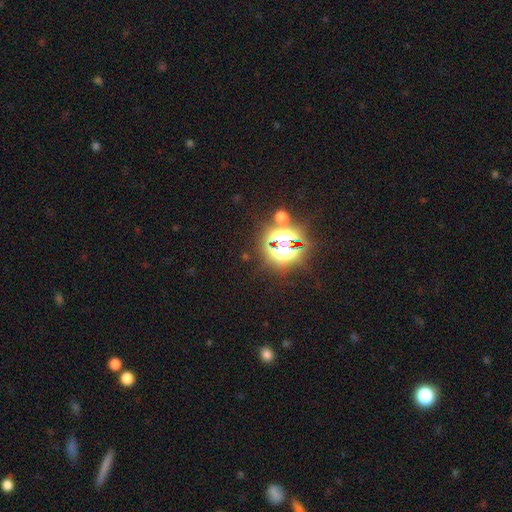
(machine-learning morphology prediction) Smooth or featured? Predicted: star or artifact (p=0.83).